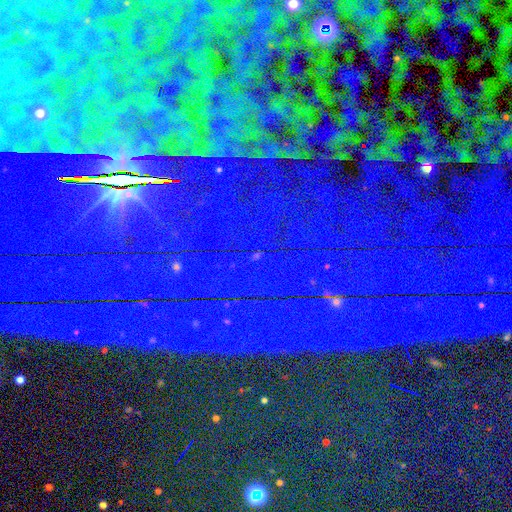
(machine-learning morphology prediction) Overall: star or artifact (86%).